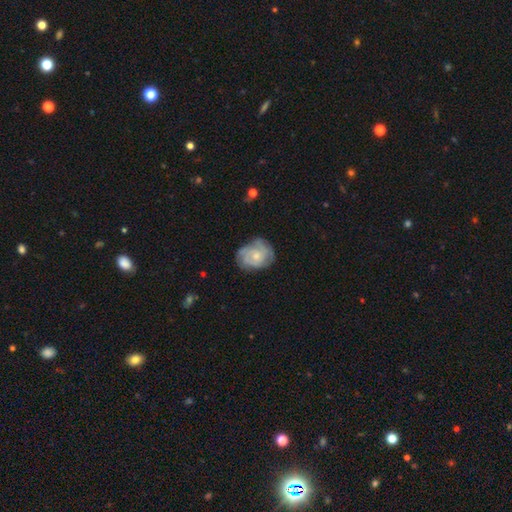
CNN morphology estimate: smooth-or-featured: featured or disk: 64% | smooth: 29% | star or artifact: 6%
  disk-edge-on: no: 98% | yes: 2%
    bar: no: 78% | weak: 19% | strong: 3%
    has-spiral-arms: yes: 80% | no: 20%
      spiral-winding: tight: 57% | medium: 32% | loose: 11%
      spiral-arm-count: can't tell: 42% | 2: 22% | 3: 20% | 4: 8% | 1: 5% | more than 4: 4%
    bulge-size: small: 53% | moderate: 40% | none: 4% | large: 2% | dominant: 1%
  merging: none: 63% | minor disturbance: 25% | major disturbance: 10% | merger: 2%